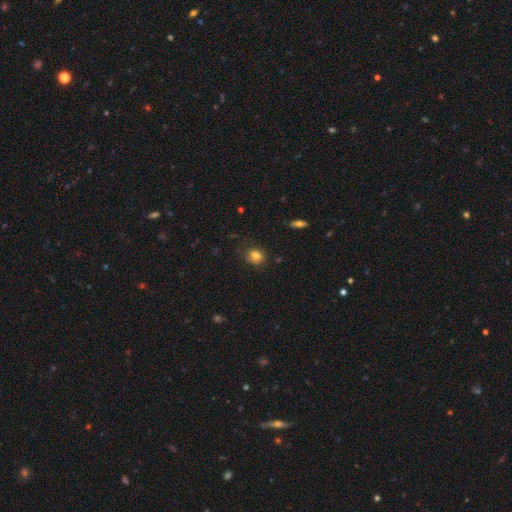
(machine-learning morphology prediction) The model was most divided on "how rounded": in between: 50%, round: 49%, cigar-shaped: 1%. More confident: smooth or featured — smooth (79%); merging — none (70%).